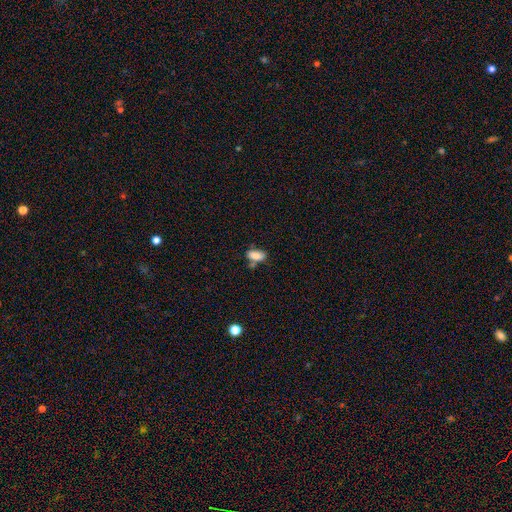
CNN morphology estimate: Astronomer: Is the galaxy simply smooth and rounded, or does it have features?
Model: smooth — 83%.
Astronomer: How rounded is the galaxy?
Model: in between — 89%.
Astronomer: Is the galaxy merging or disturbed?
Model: none — 59%.